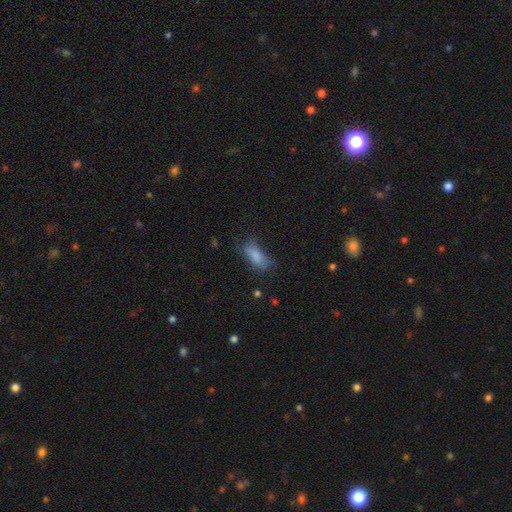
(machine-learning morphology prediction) This is clearly a smooth galaxy (81%). How rounded: likely in between (77%). Merging: possibly none (56%).